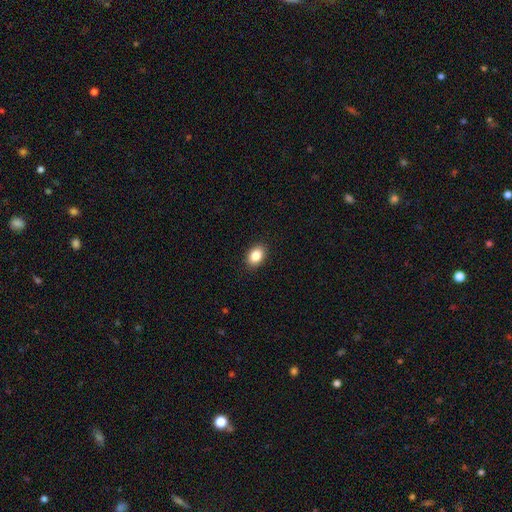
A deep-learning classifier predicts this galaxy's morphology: A smooth galaxy with no disk features (86%) that is in between round and cigar-shaped (79%). Merging: none (90%).